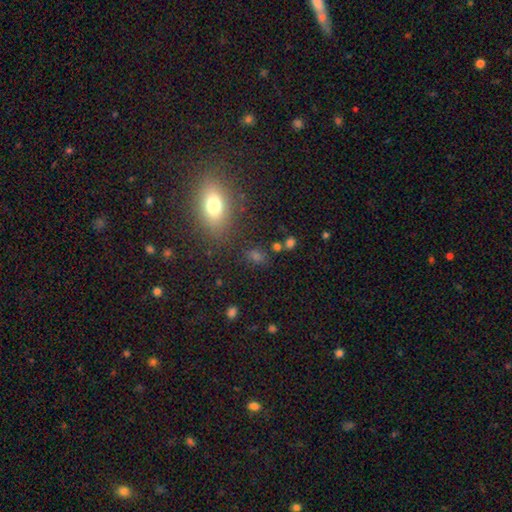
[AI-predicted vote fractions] smooth_or_featured: smooth (p=0.65) [alt: star or artifact p=0.24]
how_rounded: in between (p=0.66) [alt: round p=0.27]
merging: none (p=0.79) [alt: minor disturbance p=0.11]